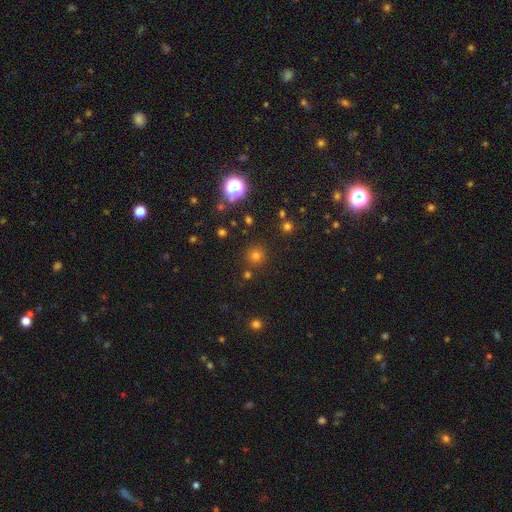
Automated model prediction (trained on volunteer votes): The model was most divided on "smooth or featured": smooth: 66%, star or artifact: 28%, featured or disk: 6%. More confident: how rounded — round (95%); merging — none (87%).